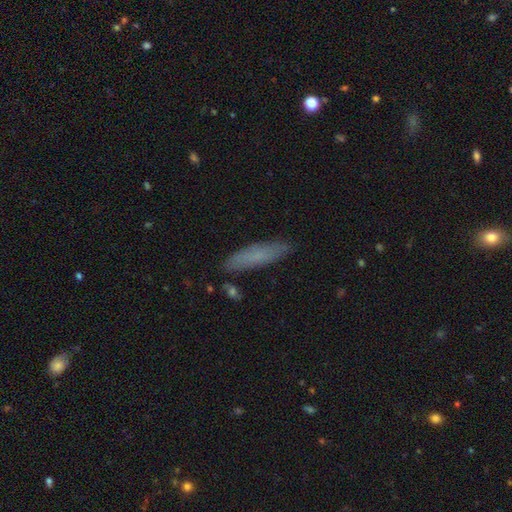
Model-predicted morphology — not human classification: Smooth or featured? smooth (70%)
How rounded? cigar-shaped (77%)
Merging? none (85%)